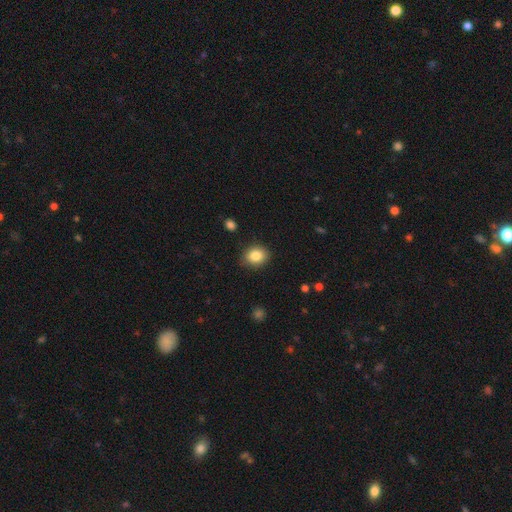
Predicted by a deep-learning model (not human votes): smooth-or-featured: smooth: 85% | star or artifact: 9% | featured or disk: 6%
  how-rounded: round: 60% | in between: 39% | cigar-shaped: 1%
  merging: none: 85% | minor disturbance: 11% | major disturbance: 2% | merger: 1%